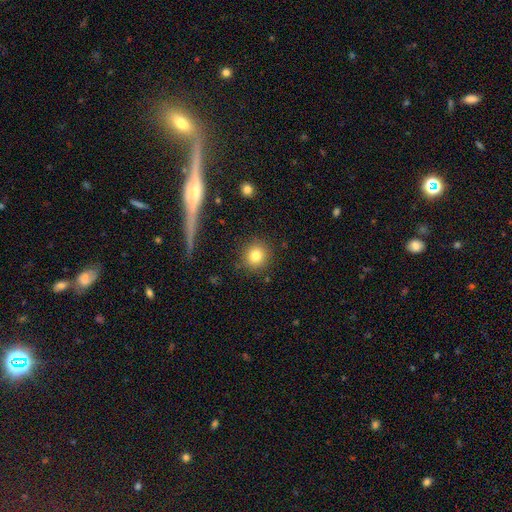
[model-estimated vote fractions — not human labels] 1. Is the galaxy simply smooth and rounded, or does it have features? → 80% smooth, 11% star or artifact, 9% featured or disk.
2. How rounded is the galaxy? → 91% round, 8% in between, 1% cigar-shaped.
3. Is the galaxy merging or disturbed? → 88% none, 7% minor disturbance, 3% major disturbance, 2% merger.